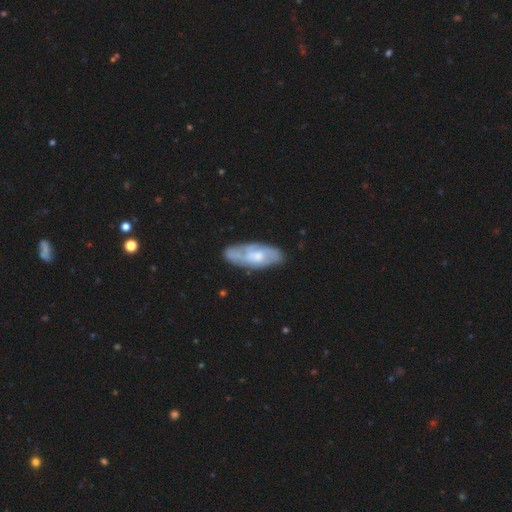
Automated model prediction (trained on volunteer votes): featured or disk 58%, smooth 36%, star or artifact 6%. Down the decision tree: edge-on disk — no (84%); merging — none (68%).